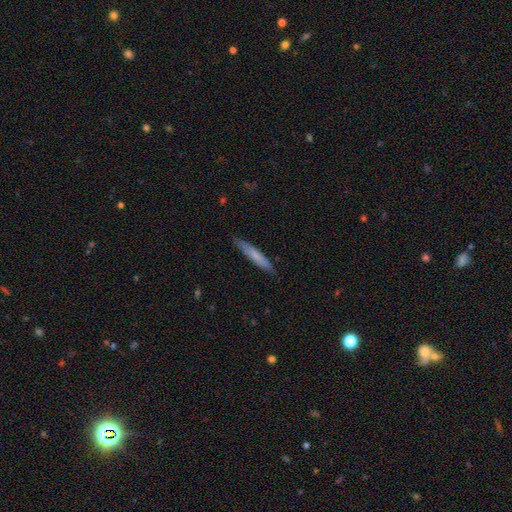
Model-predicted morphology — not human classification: Q: Smooth or featured?
A: smooth (66%); runner-up: featured or disk (28%)
Q: How rounded?
A: cigar-shaped (93%); runner-up: in between (6%)
Q: Merging?
A: none (86%); runner-up: minor disturbance (11%)